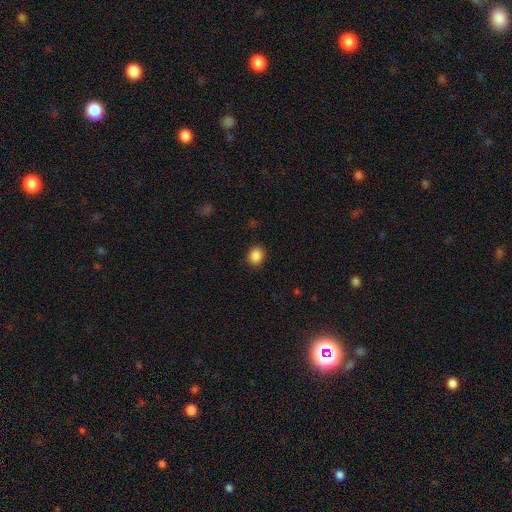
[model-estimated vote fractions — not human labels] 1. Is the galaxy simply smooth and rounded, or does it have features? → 87% smooth, 10% star or artifact, 3% featured or disk.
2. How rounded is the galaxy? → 68% round, 31% in between, 1% cigar-shaped.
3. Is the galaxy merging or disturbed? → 89% none, 7% minor disturbance, 2% major disturbance, 1% merger.